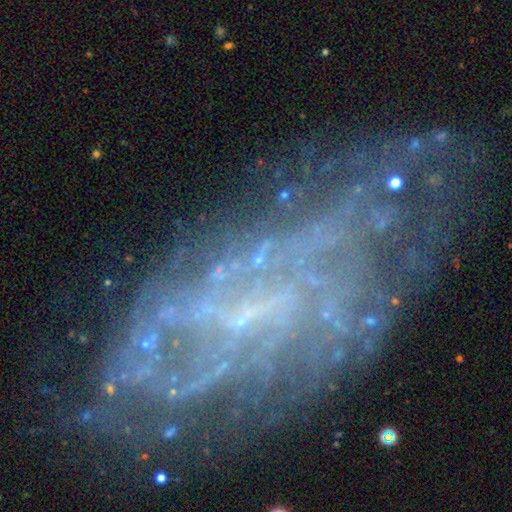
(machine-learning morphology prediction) smooth_or_featured: featured or disk (p=0.77) [alt: star or artifact p=0.12]
disk_edge_on: no (p=0.95) [alt: yes p=0.05]
bar: no (p=0.49) [alt: weak p=0.37]
has_spiral_arms: yes (p=0.74) [alt: no p=0.26]
spiral_winding: tight (p=0.37) [alt: medium p=0.36]
spiral_arm_count: can't tell (p=0.48) [alt: 2 p=0.21]
bulge_size: small (p=0.49) [alt: none p=0.41]
merging: none (p=0.54) [alt: minor disturbance p=0.22]